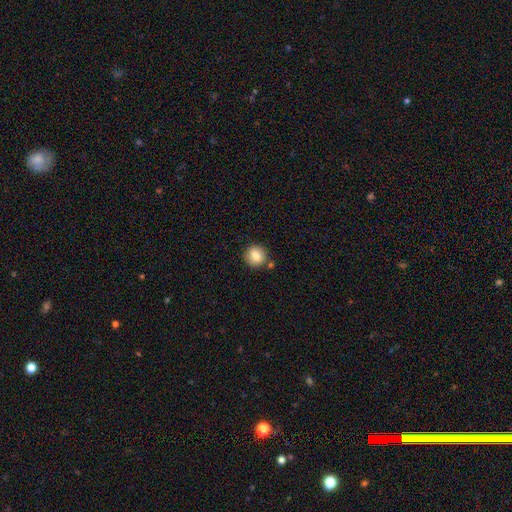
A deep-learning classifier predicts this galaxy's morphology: Smooth or featured: smooth — 83% (star or artifact — 9%)
How rounded: round — 89% (in between — 10%)
Merging: none — 81% (minor disturbance — 9%)